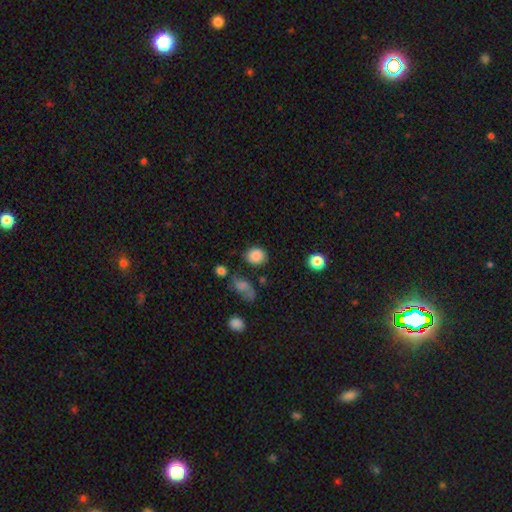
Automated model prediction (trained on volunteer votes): Morphology: type=smooth (85%); roundness=round (74%); merging=none (77%).